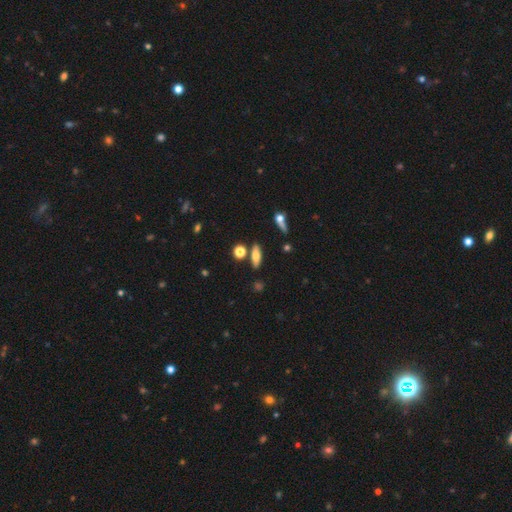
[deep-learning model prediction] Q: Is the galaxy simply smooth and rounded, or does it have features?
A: smooth — 68%.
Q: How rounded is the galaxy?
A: in between — 52%.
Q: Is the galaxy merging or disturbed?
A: none — 79%.